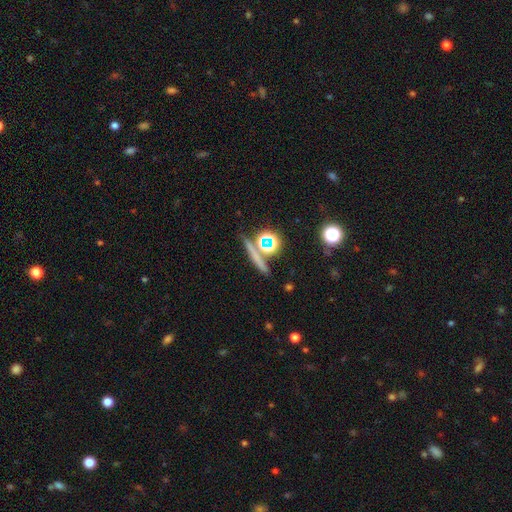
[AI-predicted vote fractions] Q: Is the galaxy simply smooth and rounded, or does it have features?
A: smooth — 40%.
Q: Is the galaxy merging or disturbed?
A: none — 77%.